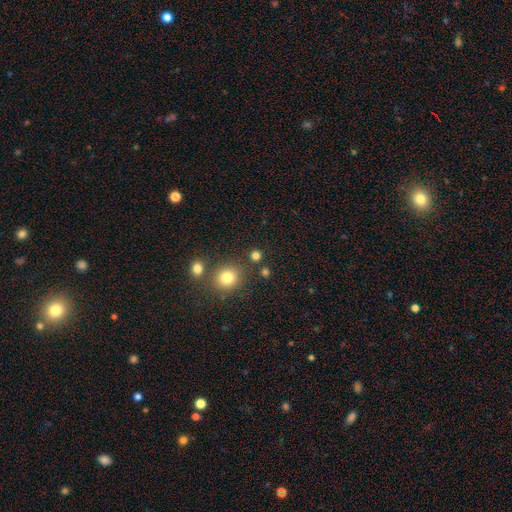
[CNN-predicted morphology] The model was most divided on "smooth or featured": smooth: 78%, star or artifact: 17%, featured or disk: 5%. More confident: how rounded — round (88%); merging — none (80%).